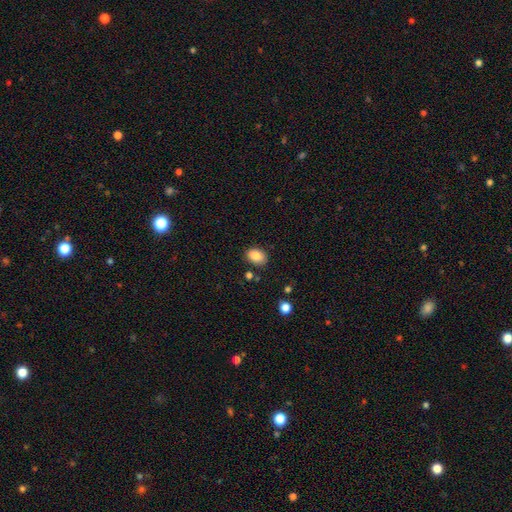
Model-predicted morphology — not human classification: This appears to be a smooth galaxy with no disk features (86%) that is in between round and cigar-shaped (72%). Merging: none (84%).